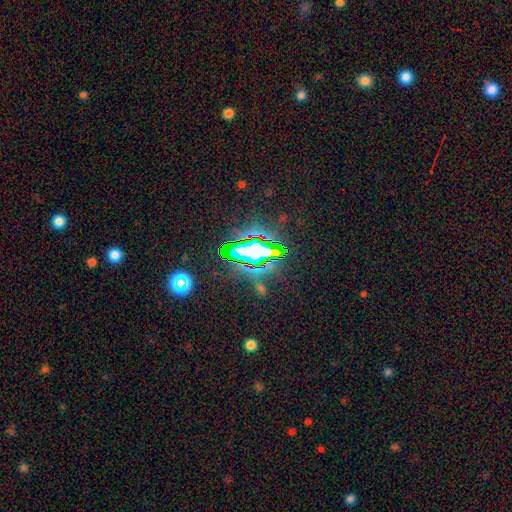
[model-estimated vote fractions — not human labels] Overall: star or artifact (71%).